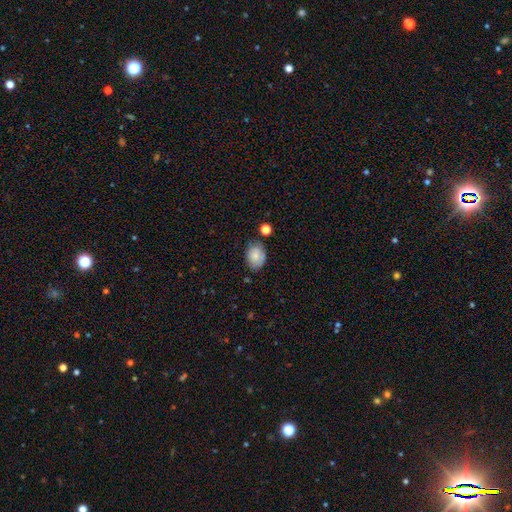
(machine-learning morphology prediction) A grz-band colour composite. It shows a smooth galaxy with no disk features (81%) that is in between round and cigar-shaped (72%). Merging: none (70%).